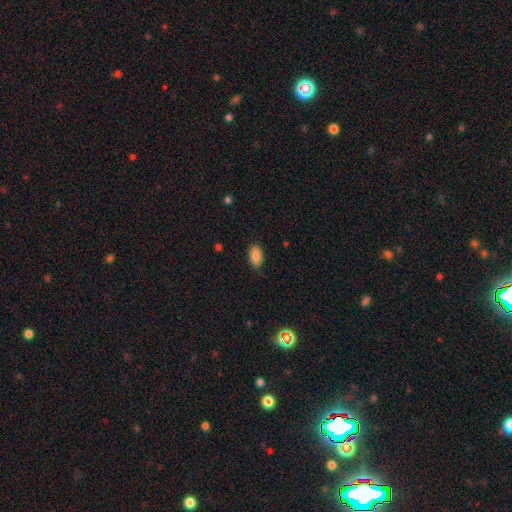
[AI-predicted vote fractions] smooth-or-featured: smooth: 86% | star or artifact: 8% | featured or disk: 6%
  how-rounded: in between: 93% | round: 5% | cigar-shaped: 3%
  merging: none: 84% | minor disturbance: 12% | major disturbance: 2% | merger: 1%